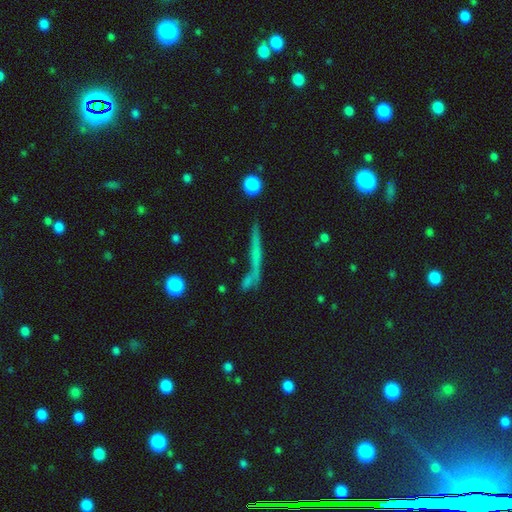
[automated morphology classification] Overall: smooth (44%; featured or disk 40%). Merging: none (66%).